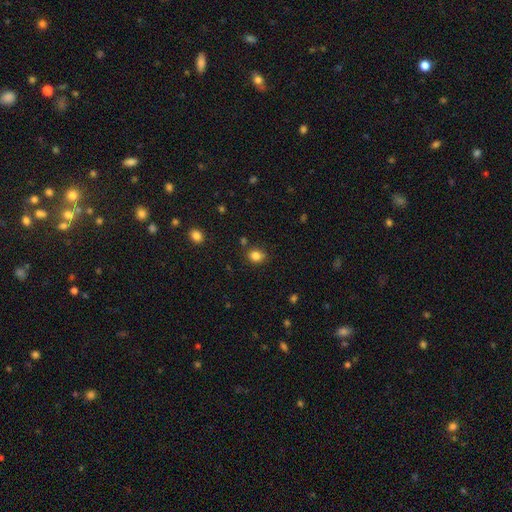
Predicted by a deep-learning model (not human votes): Q: Smooth or featured?
A: smooth (83%); runner-up: star or artifact (12%)
Q: How rounded?
A: round (61%); runner-up: in between (38%)
Q: Merging?
A: none (77%); runner-up: minor disturbance (14%)